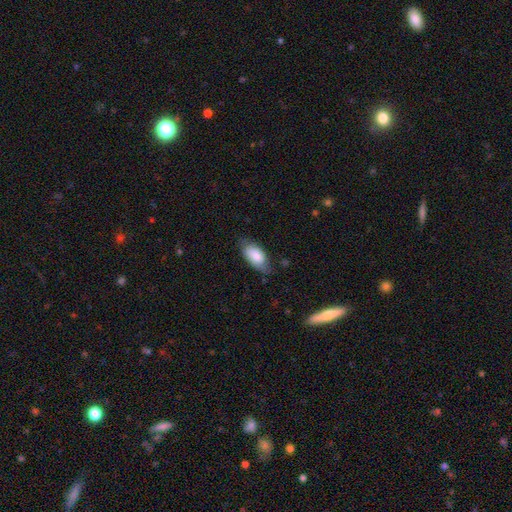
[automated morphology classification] smooth 79%, featured or disk 15%, star or artifact 6%. Down the decision tree: how rounded — in between (92%); merging — none (66%).